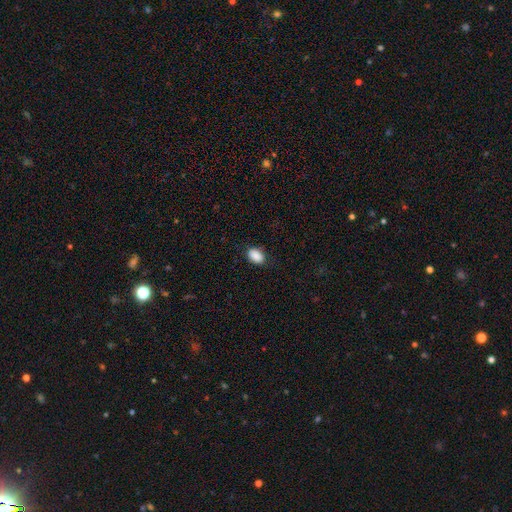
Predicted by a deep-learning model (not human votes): Smooth or featured?
  - smooth: 90% *
  - star or artifact: 7%
  - featured or disk: 3%
How rounded?
  - in between: 84% *
  - round: 15%
  - cigar-shaped: 1%
Merging?
  - none: 82% *
  - minor disturbance: 14%
  - major disturbance: 3%
  - merger: 1%